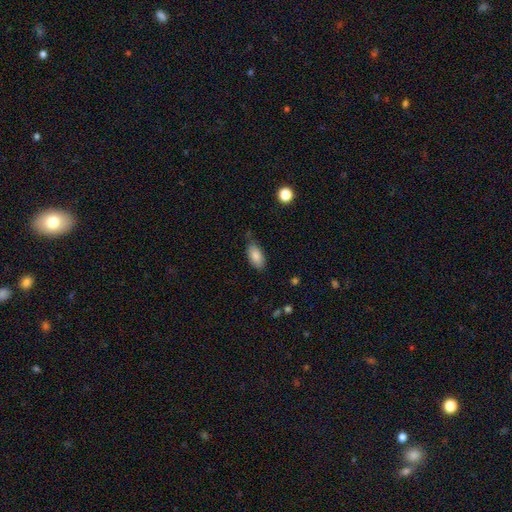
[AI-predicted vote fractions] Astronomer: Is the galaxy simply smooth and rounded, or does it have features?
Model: smooth — 86%.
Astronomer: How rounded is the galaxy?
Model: in between — 91%.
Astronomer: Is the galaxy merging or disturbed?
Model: none — 72%.